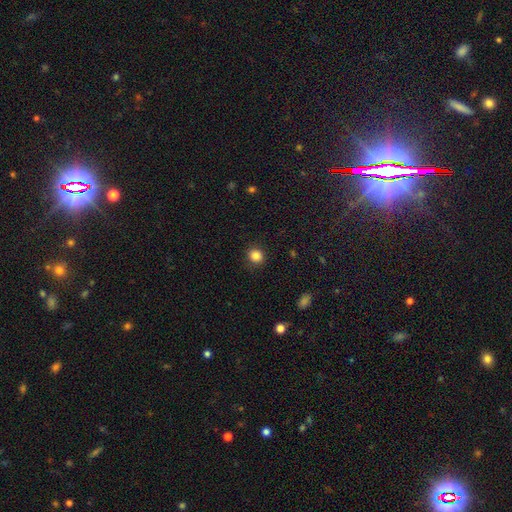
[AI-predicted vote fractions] smooth_or_featured: smooth (p=0.85) [alt: star or artifact p=0.11]
how_rounded: round (p=0.86) [alt: in between p=0.13]
merging: none (p=0.90) [alt: minor disturbance p=0.07]